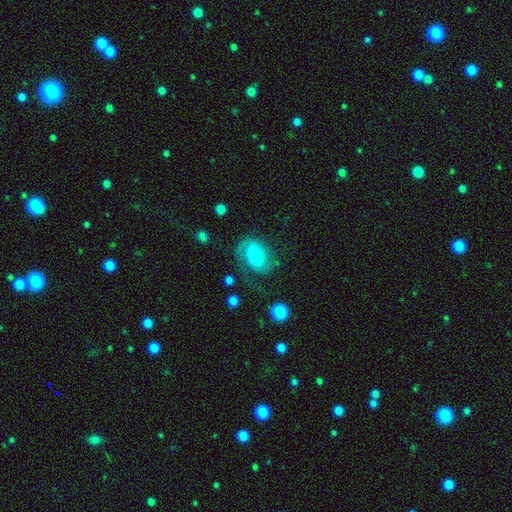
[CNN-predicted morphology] smooth_or_featured: featured or disk (p=0.61) [alt: smooth p=0.31]
disk_edge_on: no (p=0.96) [alt: yes p=0.04]
bar: no (p=0.72) [alt: weak p=0.23]
has_spiral_arms: yes (p=0.82) [alt: no p=0.18]
bulge_size: moderate (p=0.51) [alt: small p=0.43]
merging: none (p=0.47) [alt: major disturbance p=0.28]